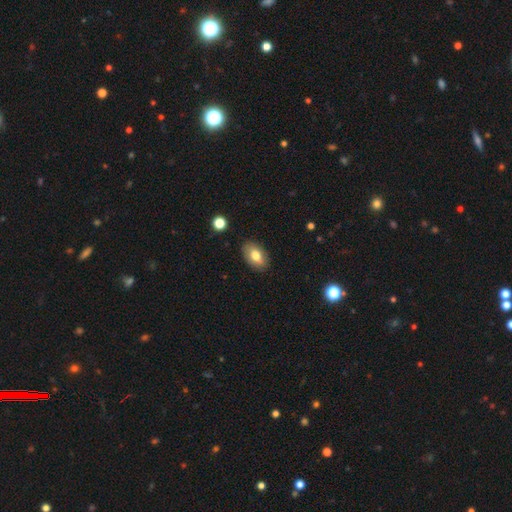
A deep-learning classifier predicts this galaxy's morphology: Smooth or featured? Predicted: smooth (p=0.75). How rounded? Predicted: in between (p=0.90). Merging? Predicted: none (p=0.85).